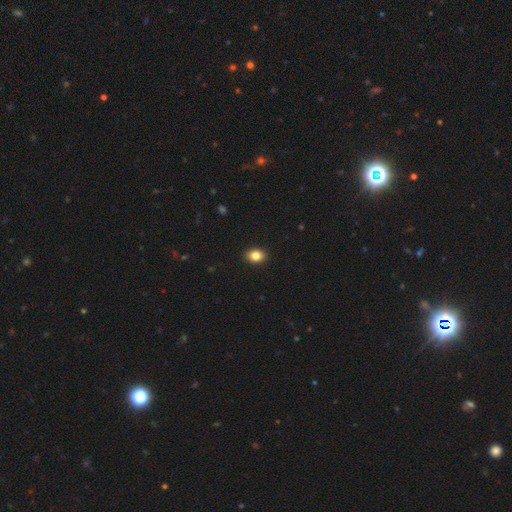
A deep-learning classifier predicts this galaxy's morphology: Smooth or featured? Predicted: smooth (p=0.84). How rounded? Predicted: in between (p=0.63). Merging? Predicted: none (p=0.91).